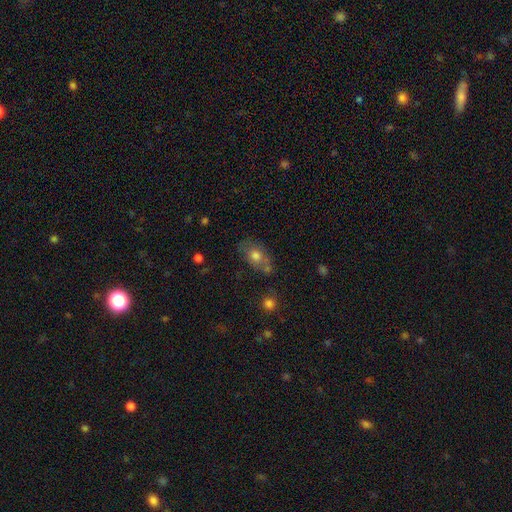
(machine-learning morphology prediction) Smooth or featured?
  - smooth: 72% *
  - featured or disk: 18%
  - star or artifact: 10%
How rounded?
  - in between: 76% *
  - round: 22%
  - cigar-shaped: 2%
Merging?
  - none: 56% *
  - minor disturbance: 21%
  - merger: 15%
  - major disturbance: 7%